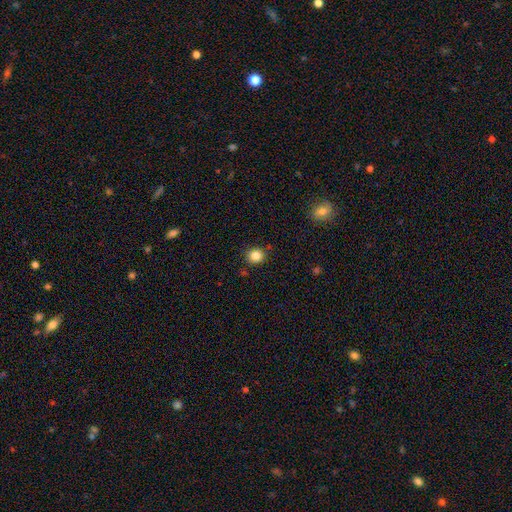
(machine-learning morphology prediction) Smooth or featured?
  - smooth: 84% *
  - star or artifact: 11%
  - featured or disk: 4%
How rounded?
  - round: 87% *
  - in between: 12%
  - cigar-shaped: 1%
Merging?
  - none: 88% *
  - minor disturbance: 7%
  - merger: 2%
  - major disturbance: 2%